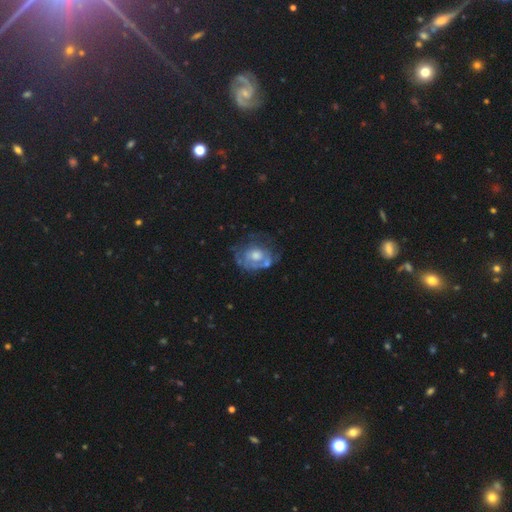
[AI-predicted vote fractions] This is likely a featured or disk galaxy (63%). It is clearly not viewed edge-on (96%). Bar: clearly no (83%). Spiral arm pattern: possibly no (54%). Central bulge: likely moderate (61%). Merging: possibly none (48%).